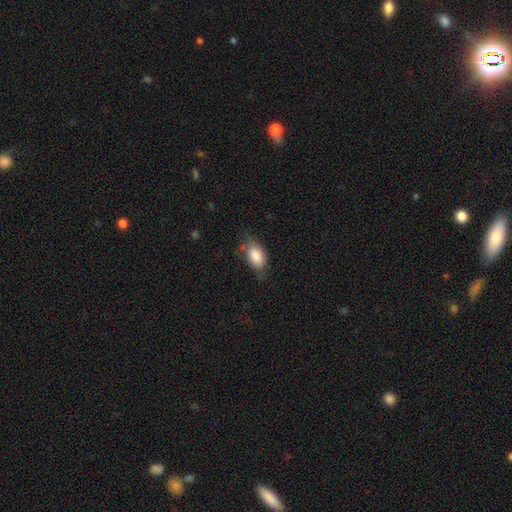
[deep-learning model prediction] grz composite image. It shows a smooth galaxy with no disk features (83%) that is in between round and cigar-shaped (91%). Merging: none (60%).